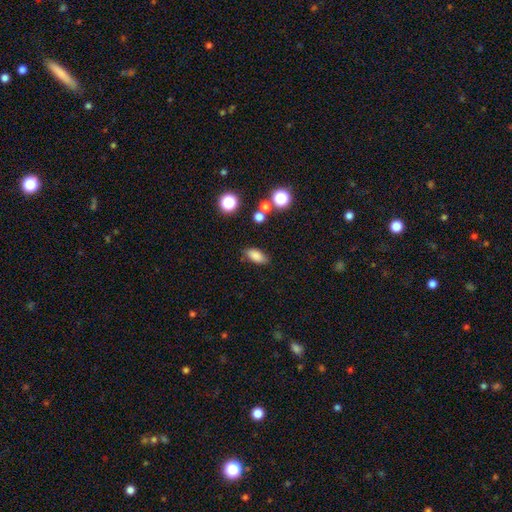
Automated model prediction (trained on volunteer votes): The model was most divided on "merging": none: 81%, minor disturbance: 13%, major disturbance: 3%, merger: 3%. More confident: how rounded — in between (86%); smooth or featured — smooth (83%).